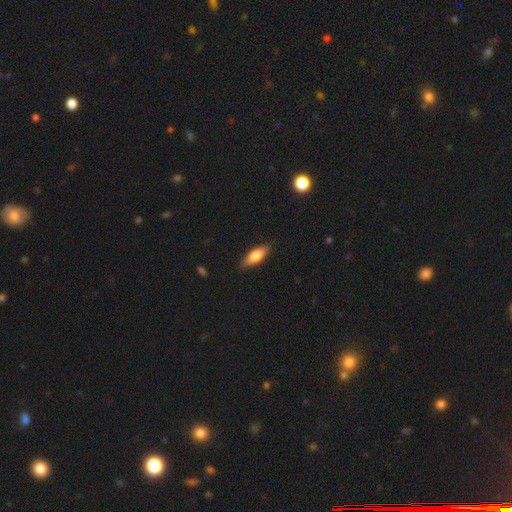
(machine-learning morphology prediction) This is likely a smooth galaxy (66%). How rounded: likely in between (60%). Merging: clearly none (87%).